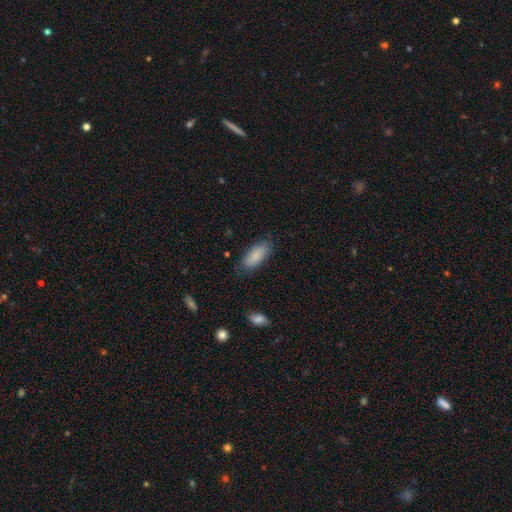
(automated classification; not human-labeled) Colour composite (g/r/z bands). It shows a smooth galaxy with no disk features (87%) that is in between round and cigar-shaped (81%). Merging: none (82%).